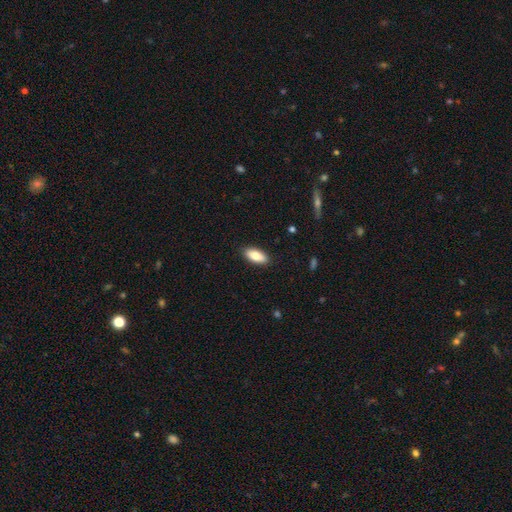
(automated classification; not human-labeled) The model was most divided on "smooth or featured": smooth: 82%, featured or disk: 11%, star or artifact: 6%. More confident: merging — none (89%); how rounded — in between (86%).